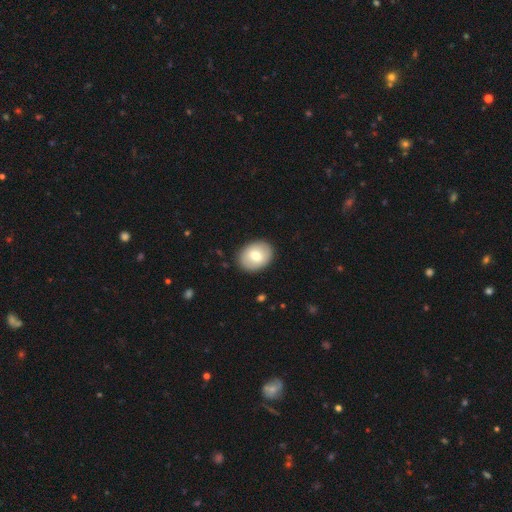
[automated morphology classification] Overall: smooth (71%). How rounded: in between (57%; round 42%). Merging: none (89%).